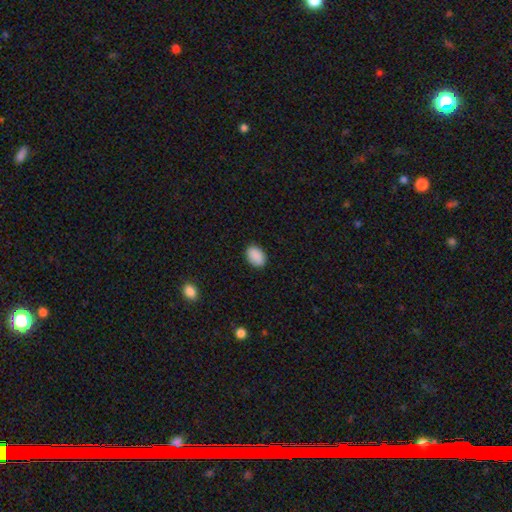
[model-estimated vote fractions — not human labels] Q: Smooth or featured?
A: smooth (90%); runner-up: star or artifact (7%)
Q: How rounded?
A: in between (80%); runner-up: round (19%)
Q: Merging?
A: none (88%); runner-up: minor disturbance (9%)